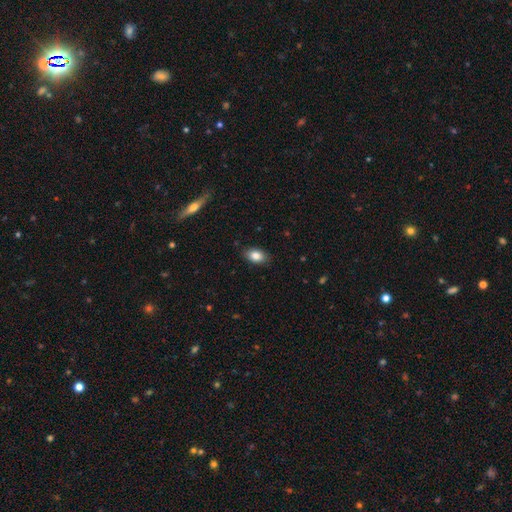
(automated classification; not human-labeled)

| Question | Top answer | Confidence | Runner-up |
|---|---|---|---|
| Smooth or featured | smooth | 84% | featured or disk (8%) |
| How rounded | in between | 89% | round (9%) |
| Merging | none | 86% | minor disturbance (11%) |